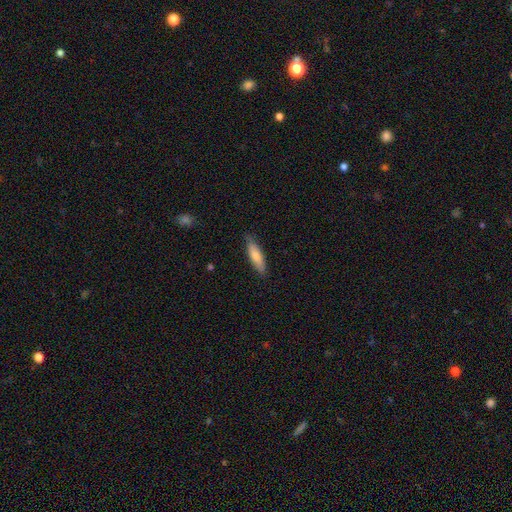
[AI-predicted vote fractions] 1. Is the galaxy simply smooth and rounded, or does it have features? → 78% smooth, 16% featured or disk, 6% star or artifact.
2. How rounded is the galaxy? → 61% cigar-shaped, 38% in between, 2% round.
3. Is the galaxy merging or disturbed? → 81% none, 15% minor disturbance, 2% major disturbance, 1% merger.